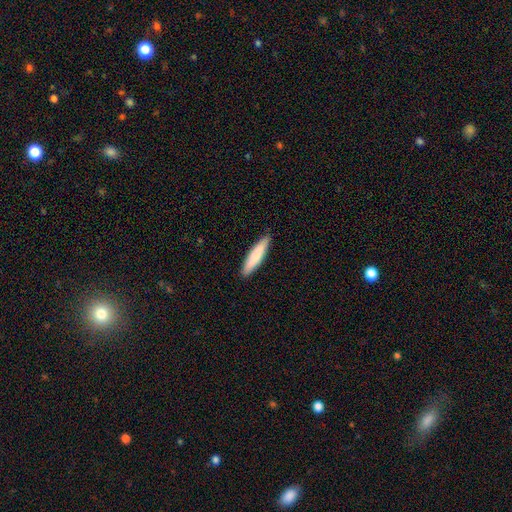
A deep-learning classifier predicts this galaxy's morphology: This is likely a smooth galaxy (79%). How rounded: clearly cigar-shaped (83%). Merging: clearly none (90%).